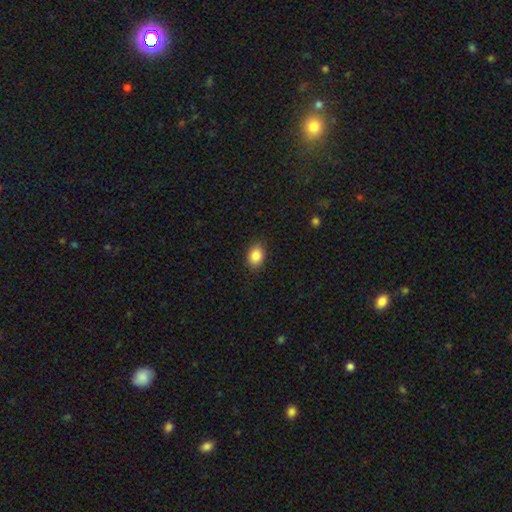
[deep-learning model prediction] This appears to be a smooth galaxy with no disk features (87%) that is in between round and cigar-shaped (65%). Merging: none (87%).